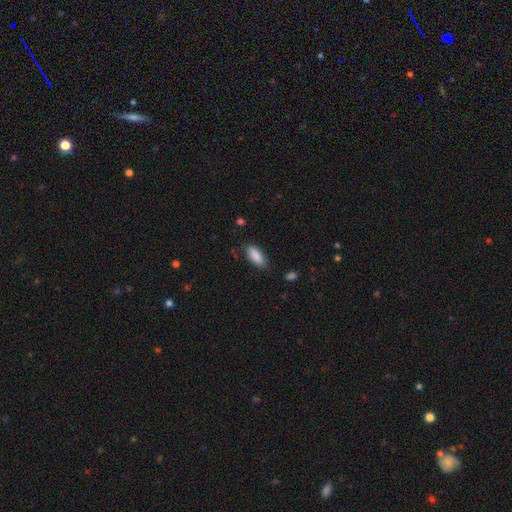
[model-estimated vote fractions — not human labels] Morphology: type=smooth (89%); roundness=in between (83%); merging=none (81%).